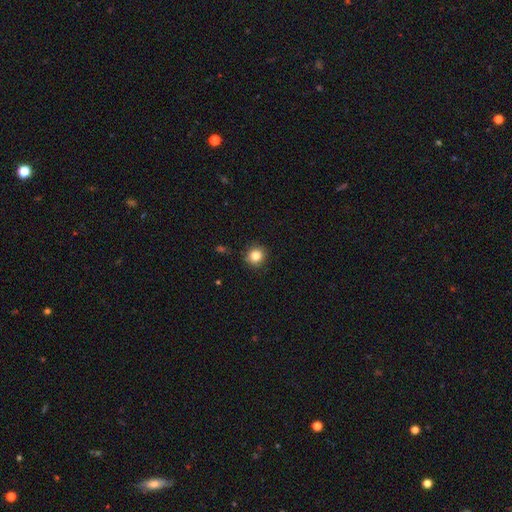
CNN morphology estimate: smooth-or-featured: smooth: 83% | star or artifact: 12% | featured or disk: 6%
  how-rounded: round: 90% | in between: 9% | cigar-shaped: 1%
  merging: none: 89% | minor disturbance: 8% | major disturbance: 2% | merger: 1%